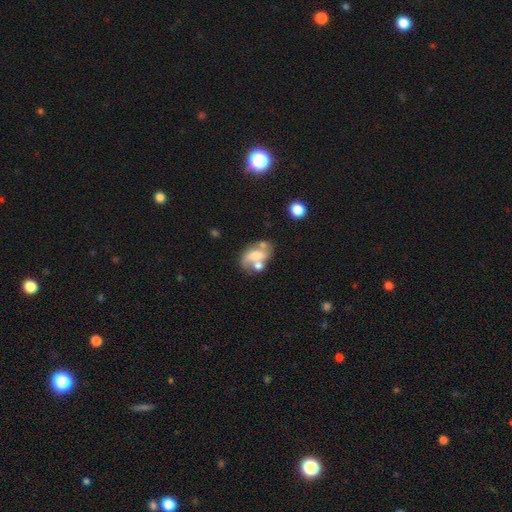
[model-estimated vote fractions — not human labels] smooth-or-featured: featured or disk: 51% | smooth: 39% | star or artifact: 10%
  disk-edge-on: no: 95% | yes: 5%
  merging: merger: 34% (tied) | none: 34% (tied) | minor disturbance: 18% | major disturbance: 14%